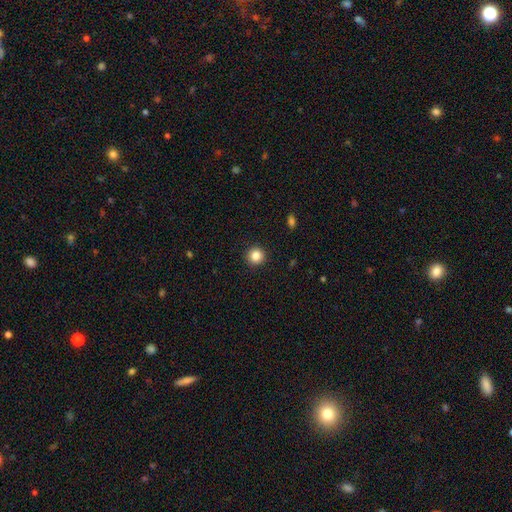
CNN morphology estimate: Smooth or featured? Predicted: smooth (p=0.85). How rounded? Predicted: round (p=0.94). Merging? Predicted: none (p=0.92).